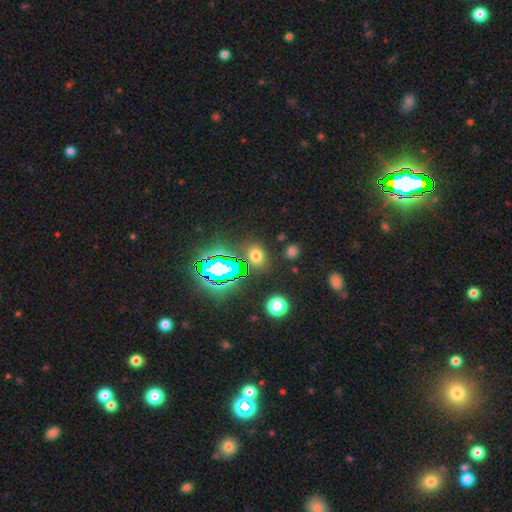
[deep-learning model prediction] Smooth or featured?
  - smooth: 57% *
  - star or artifact: 35%
  - featured or disk: 7%
How rounded?
  - round: 52% *
  - in between: 46%
  - cigar-shaped: 2%
Merging?
  - none: 83% *
  - minor disturbance: 9%
  - merger: 4%
  - major disturbance: 4%